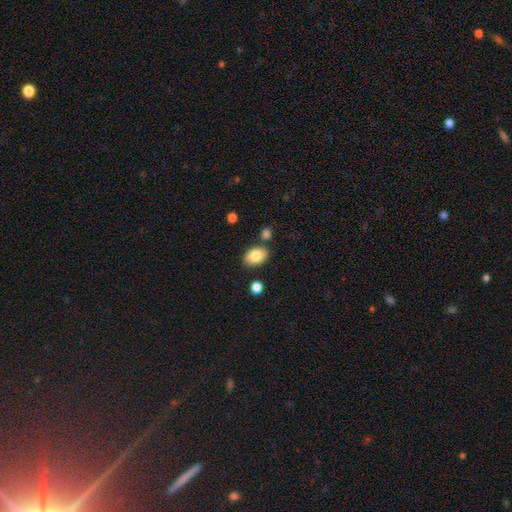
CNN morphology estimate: This appears to be a smooth galaxy with no disk features (84%) that is in between round and cigar-shaped (87%). Merging: none (80%).